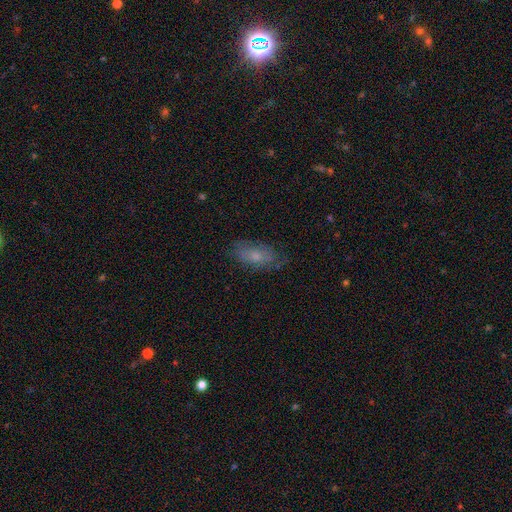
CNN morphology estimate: This appears to be a smooth galaxy with no disk features (62%) that is in between round and cigar-shaped (85%). Merging: none (69%).